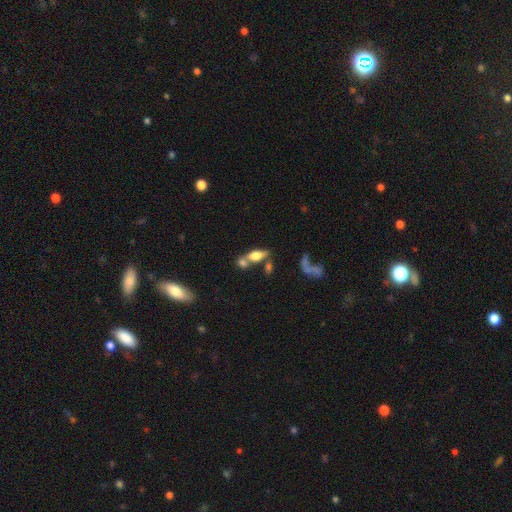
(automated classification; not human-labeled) A smooth galaxy with no disk features (56%) that is in between round and cigar-shaped (69%). Merging: none (44%).